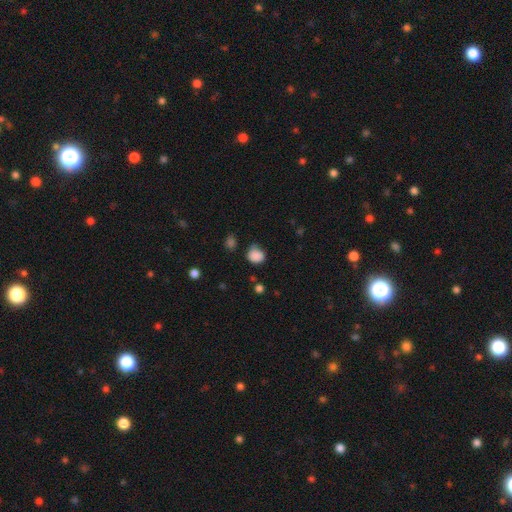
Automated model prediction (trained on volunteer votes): This appears to be a smooth galaxy with no disk features (85%) that is round (73%). Merging: none (64%).